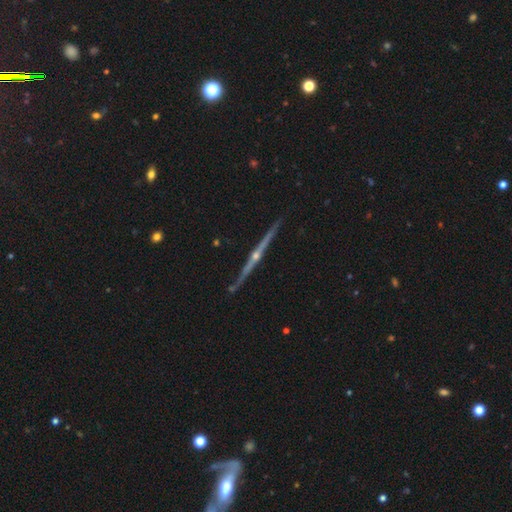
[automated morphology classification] A featured or disk galaxy (89%) viewed edge-on (99%) with a rounded central bulge (91%).

Vote fractions:
- Smooth or featured? featured or disk: 89% / smooth: 6% / star or artifact: 5%
- Edge-on disk? yes: 99% / no: 1%
- Edge-on bulge? rounded: 91% / none: 6% / boxy: 3%
- Merging? none: 89% / minor disturbance: 8% / merger: 2% / major disturbance: 1%